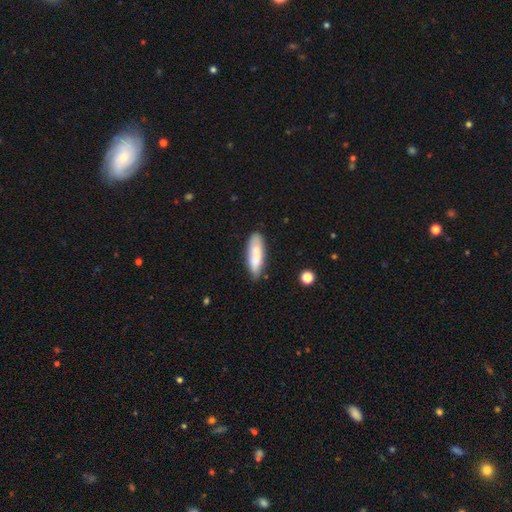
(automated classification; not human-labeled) Smooth or featured?
  - smooth: 78% *
  - featured or disk: 16%
  - star or artifact: 6%
How rounded?
  - in between: 51% *
  - cigar-shaped: 47%
  - round: 2%
Merging?
  - none: 71% *
  - minor disturbance: 22%
  - major disturbance: 4%
  - merger: 3%